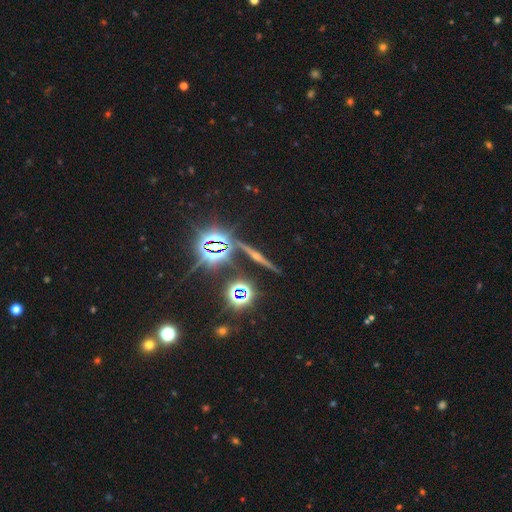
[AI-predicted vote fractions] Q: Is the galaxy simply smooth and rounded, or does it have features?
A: featured or disk — 53%.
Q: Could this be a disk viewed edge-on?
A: yes — 93%.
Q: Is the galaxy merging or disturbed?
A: none — 87%.